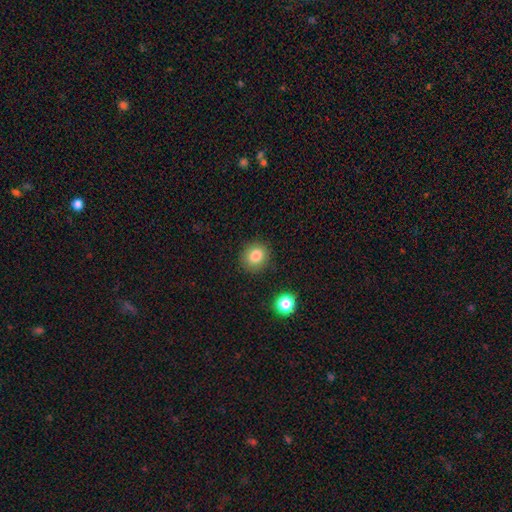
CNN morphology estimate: smooth-or-featured: smooth: 83% | star or artifact: 11% | featured or disk: 6%
  how-rounded: round: 79% | in between: 20% | cigar-shaped: 1%
  merging: none: 88% | minor disturbance: 8% | major disturbance: 2% | merger: 2%